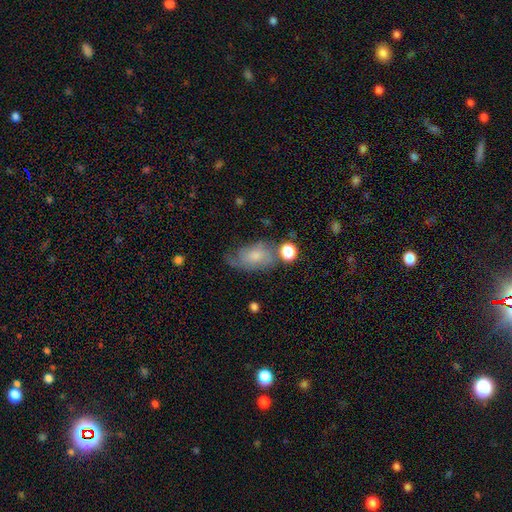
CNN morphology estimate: Smooth or featured? smooth (47%)
Merging? none (45%)